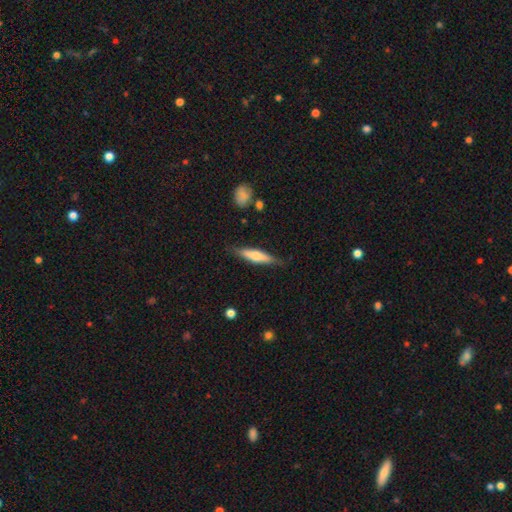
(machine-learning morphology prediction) smooth_or_featured: smooth (p=0.56) [alt: featured or disk p=0.38]
how_rounded: cigar-shaped (p=0.77) [alt: in between p=0.21]
merging: none (p=0.80) [alt: minor disturbance p=0.15]